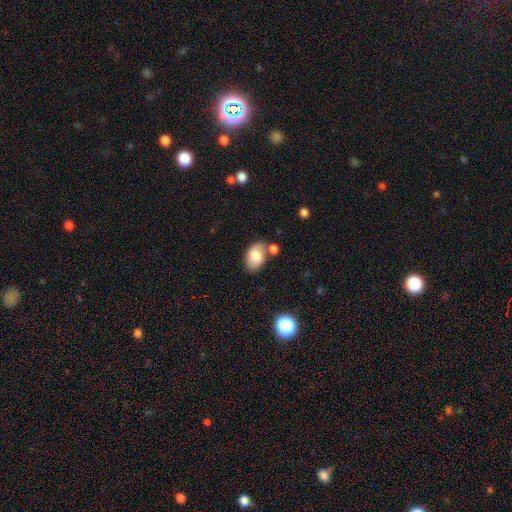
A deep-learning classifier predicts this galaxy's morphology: Smooth or featured: smooth — 76% (featured or disk — 16%)
How rounded: in between — 88% (round — 11%)
Merging: none — 58% (minor disturbance — 19%)